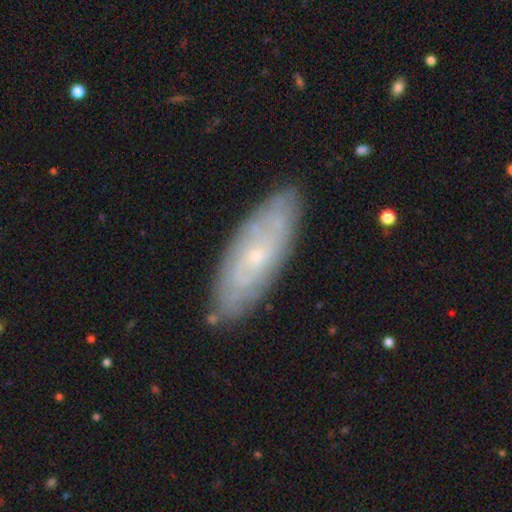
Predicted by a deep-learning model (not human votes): The model was most divided on "smooth or featured": featured or disk: 64%, smooth: 29%, star or artifact: 7%. More confident: merging — none (84%); edge-on disk — no (84%); bulge size — small (81%); spiral arms — yes (79%); bar — no (76%).